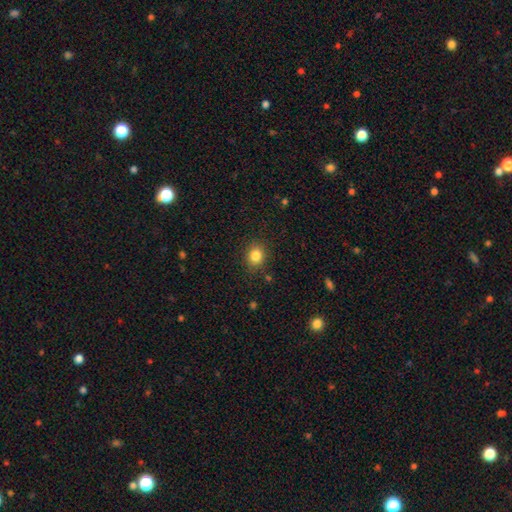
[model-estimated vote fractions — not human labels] smooth_or_featured: smooth (p=0.84) [alt: star or artifact p=0.11]
how_rounded: round (p=0.66) [alt: in between p=0.33]
merging: none (p=0.86) [alt: minor disturbance p=0.09]